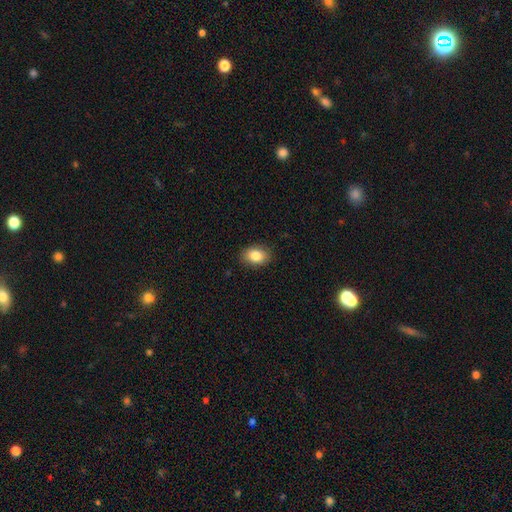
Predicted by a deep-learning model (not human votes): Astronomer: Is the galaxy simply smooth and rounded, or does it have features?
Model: smooth — 85%.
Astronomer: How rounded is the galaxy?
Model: in between — 78%.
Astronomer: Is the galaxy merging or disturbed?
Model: none — 88%.